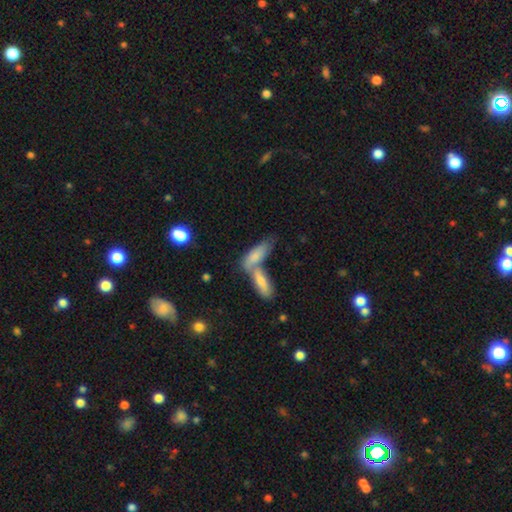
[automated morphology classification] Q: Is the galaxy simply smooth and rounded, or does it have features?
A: smooth — 75%.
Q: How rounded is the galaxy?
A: in between — 62%.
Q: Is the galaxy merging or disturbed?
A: merger — 59%.